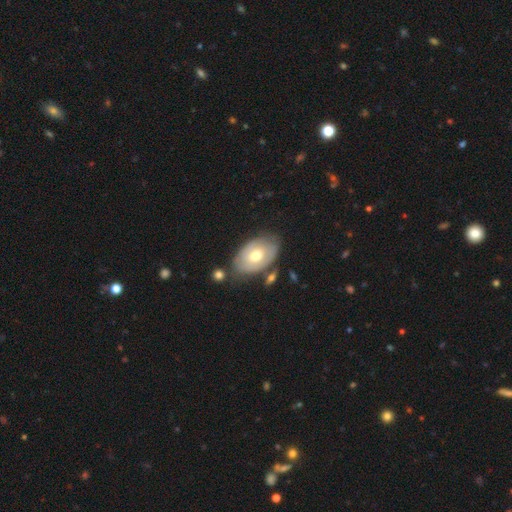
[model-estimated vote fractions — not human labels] Q: Smooth or featured?
A: smooth (50%); runner-up: featured or disk (44%)
Q: How rounded?
A: in between (90%); runner-up: round (9%)
Q: Merging?
A: none (66%); runner-up: minor disturbance (21%)